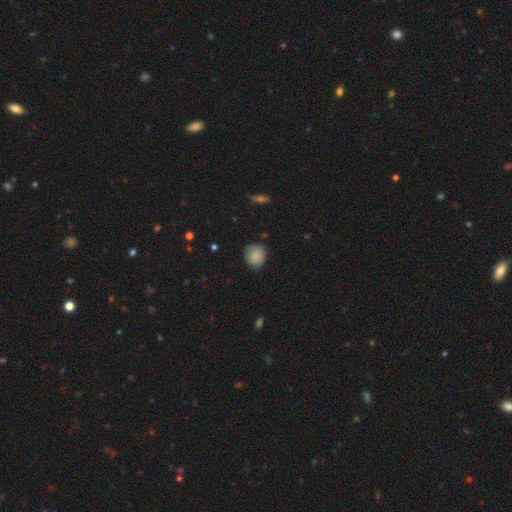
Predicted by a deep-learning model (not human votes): Smooth or featured: smooth — 86% (star or artifact — 8%)
How rounded: round — 77% (in between — 23%)
Merging: none — 78% (minor disturbance — 18%)